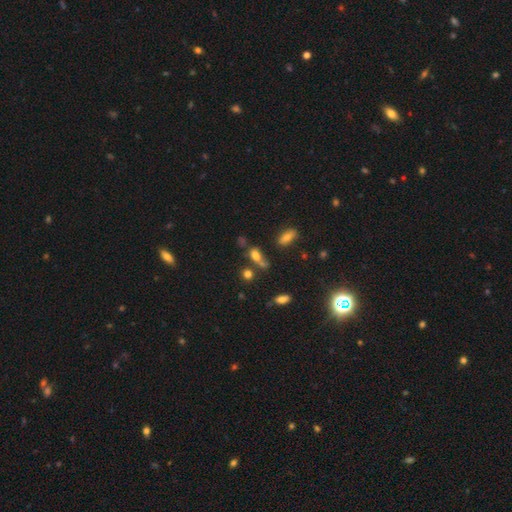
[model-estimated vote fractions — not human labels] Smooth or featured? smooth (70%)
How rounded? in between (63%)
Merging? none (46%)